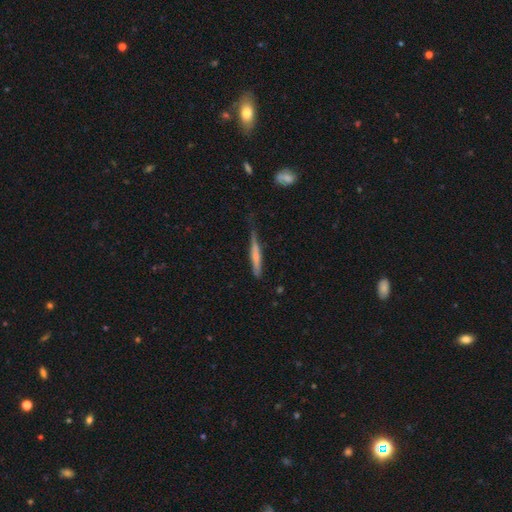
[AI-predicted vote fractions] Smooth or featured? Predicted: smooth (p=0.54). How rounded? Predicted: cigar-shaped (p=0.94). Merging? Predicted: none (p=0.62).